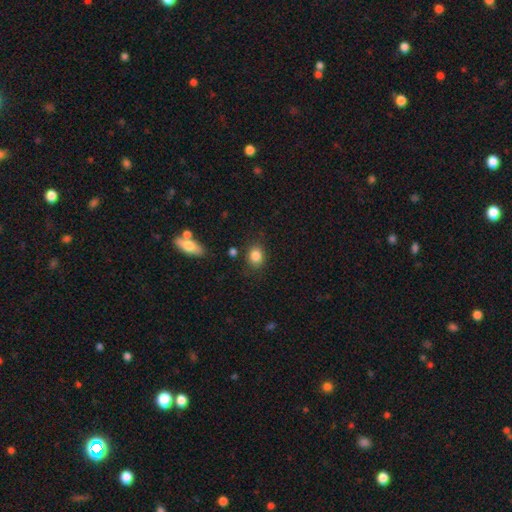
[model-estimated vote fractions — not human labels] smooth-or-featured: smooth: 85% | star or artifact: 9% | featured or disk: 5%
  how-rounded: round: 50% | in between: 49% | cigar-shaped: 1%
  merging: none: 80% | minor disturbance: 12% | merger: 4% | major disturbance: 4%